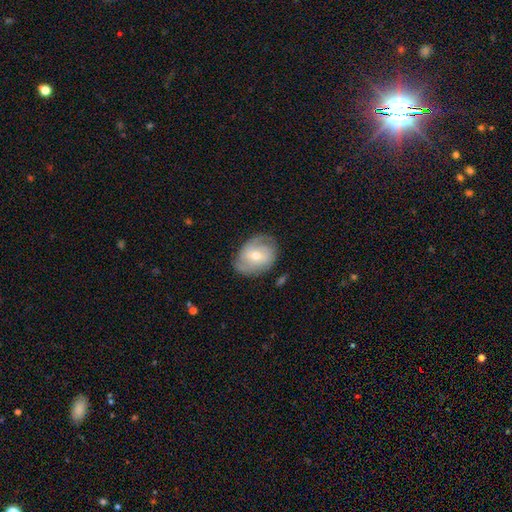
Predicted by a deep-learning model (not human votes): Overall: featured or disk (66%; smooth 28%). Edge-on disk: no (96%). Bar: no (58%; weak 34%). Spiral arms: yes (85%). Spiral arm count: 2 (46%; can't tell 26%). Spiral winding: tight (44%; medium 40%). Bulge size: moderate (58%; small 38%). Merging: none (71%).